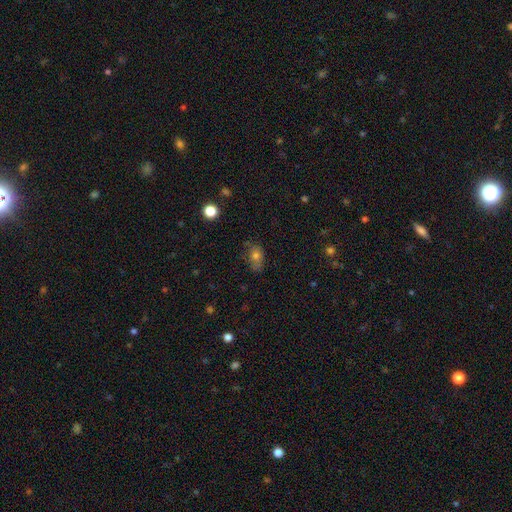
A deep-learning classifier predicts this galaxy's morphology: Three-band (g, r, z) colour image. It shows a smooth galaxy with no disk features (72%) that is in between round and cigar-shaped (79%). Merging: none (60%).